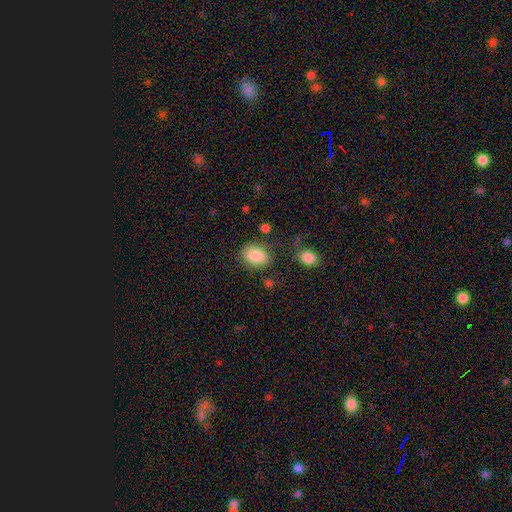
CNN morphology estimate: Overall: smooth (86%). How rounded: in between (76%). Merging: none (77%).